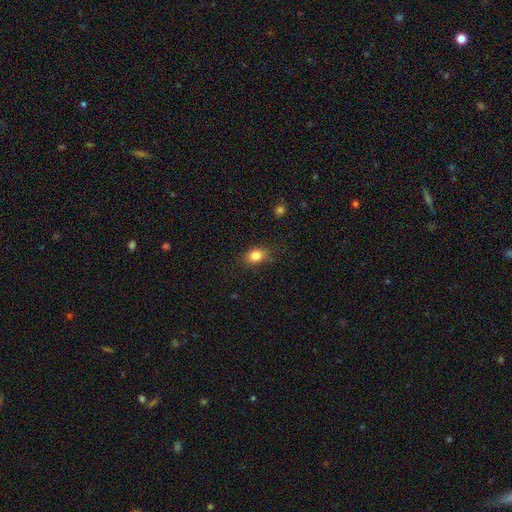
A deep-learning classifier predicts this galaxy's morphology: This appears to be a smooth galaxy with no disk features (83%) that is in between round and cigar-shaped (65%). Merging: none (79%).